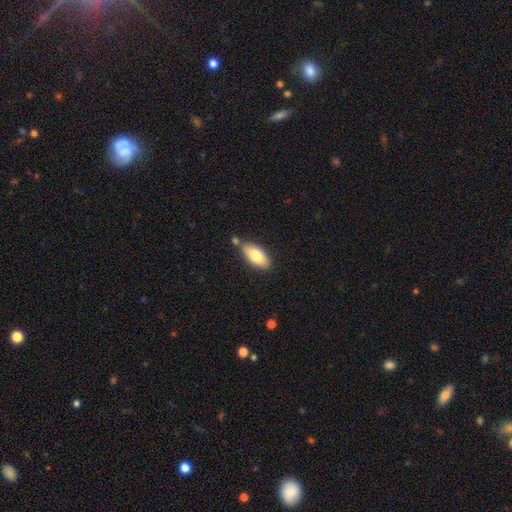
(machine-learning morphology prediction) A smooth galaxy with no disk features (78%) that is in between round and cigar-shaped (91%).

Vote fractions:
- Smooth or featured? smooth: 78% / featured or disk: 16% / star or artifact: 7%
- How rounded? in between: 91% / cigar-shaped: 7% / round: 3%
- Merging? none: 67% / minor disturbance: 17% / merger: 12% / major disturbance: 4%